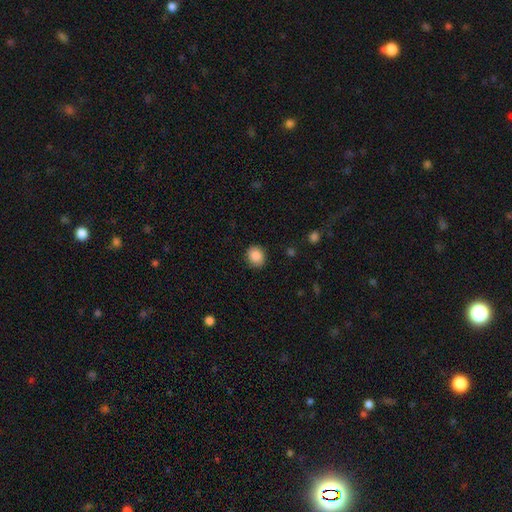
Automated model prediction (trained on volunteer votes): Morphology: type=smooth (88%); roundness=round (64%); merging=none (87%).